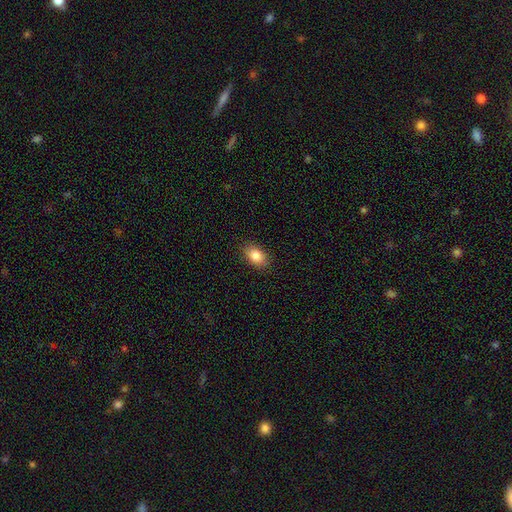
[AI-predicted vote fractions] Smooth or featured? smooth (85%)
How rounded? in between (87%)
Merging? none (87%)